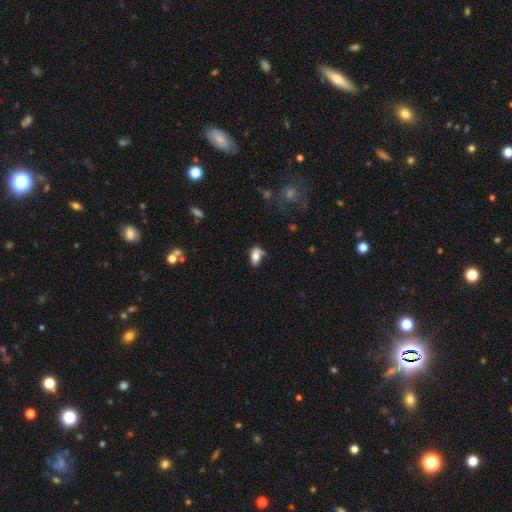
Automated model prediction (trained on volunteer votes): This is likely a smooth galaxy (76%). How rounded: clearly in between (90%). Merging: possibly none (48%).